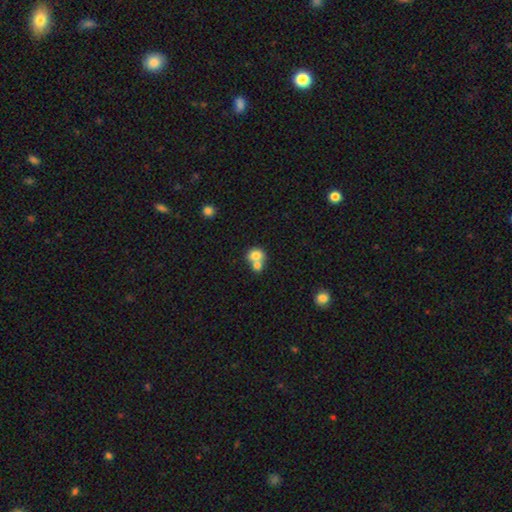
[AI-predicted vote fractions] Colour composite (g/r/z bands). It shows a smooth galaxy with no disk features (77%) that is round (67%). Merging: merger (61%).